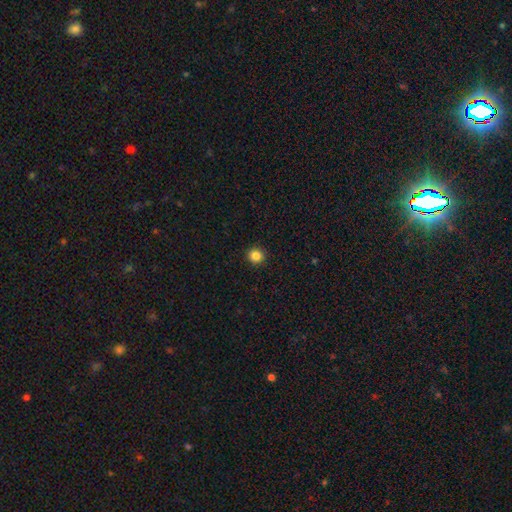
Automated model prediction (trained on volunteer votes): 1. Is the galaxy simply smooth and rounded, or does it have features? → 85% smooth, 11% star or artifact, 4% featured or disk.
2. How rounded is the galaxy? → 92% round, 7% in between, 1% cigar-shaped.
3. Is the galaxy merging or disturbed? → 93% none, 5% minor disturbance, 2% major disturbance, 1% merger.